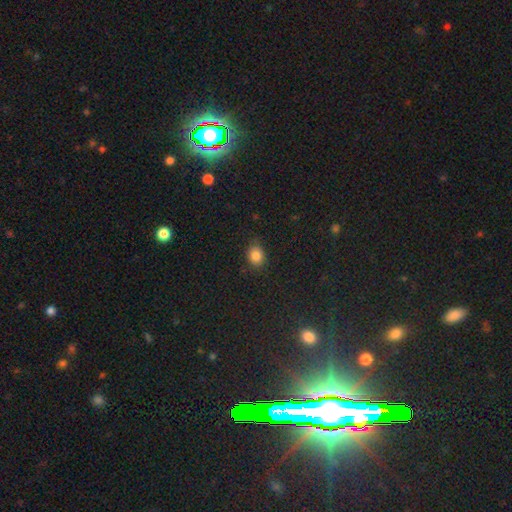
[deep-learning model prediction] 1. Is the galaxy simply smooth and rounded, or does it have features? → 83% smooth, 12% star or artifact, 5% featured or disk.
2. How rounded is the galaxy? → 55% round, 44% in between, 1% cigar-shaped.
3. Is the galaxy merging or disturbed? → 79% none, 16% minor disturbance, 4% major disturbance, 1% merger.